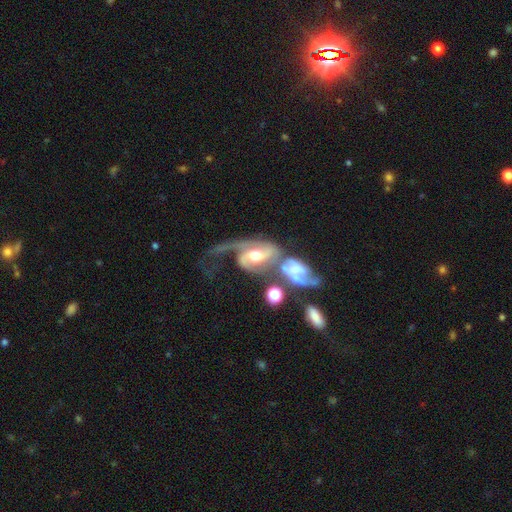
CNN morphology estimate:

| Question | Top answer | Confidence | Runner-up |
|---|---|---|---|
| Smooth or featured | featured or disk | 84% | smooth (10%) |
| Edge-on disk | no | 96% | yes (4%) |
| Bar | no | 39% | weak (37%) |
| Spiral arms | yes | 94% | no (6%) |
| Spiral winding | loose | 42% | medium (38%) |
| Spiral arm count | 2 | 65% | 1 (21%) |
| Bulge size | moderate | 68% | small (16%) |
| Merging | merger | 47% | major disturbance (28%) |